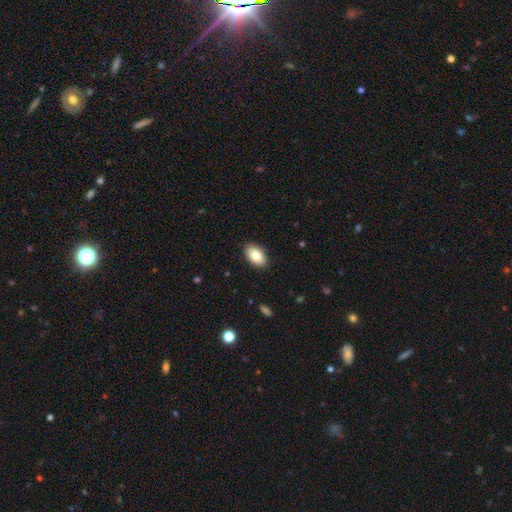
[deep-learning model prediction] This appears to be a smooth galaxy with no disk features (83%) that is in between round and cigar-shaped (93%). Merging: none (89%).